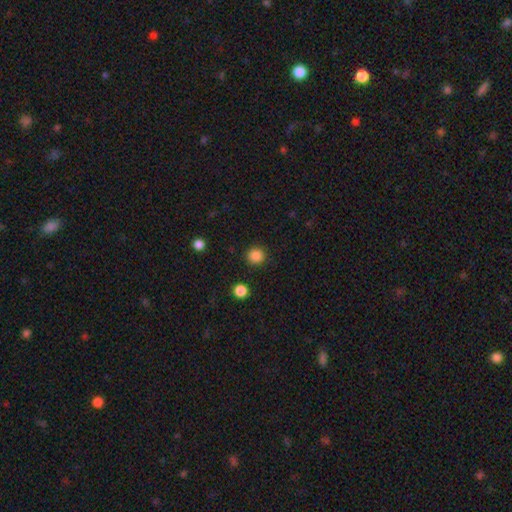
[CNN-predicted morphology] The model was most divided on "smooth or featured": smooth: 86%, star or artifact: 11%, featured or disk: 3%. More confident: how rounded — round (93%); merging — none (92%).